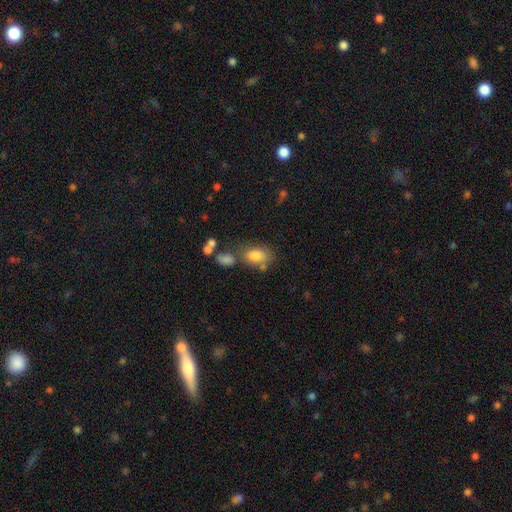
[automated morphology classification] Overall: smooth (80%). How rounded: in between (85%). Merging: none (56%; merger 19%).